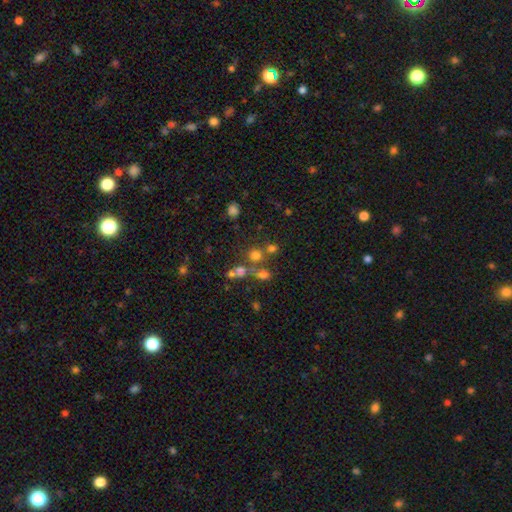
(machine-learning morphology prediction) smooth-or-featured: smooth: 64% | star or artifact: 24% | featured or disk: 12%
  how-rounded: round: 85% | in between: 14% | cigar-shaped: 1%
  merging: none: 58% | merger: 28% | minor disturbance: 8% | major disturbance: 5%